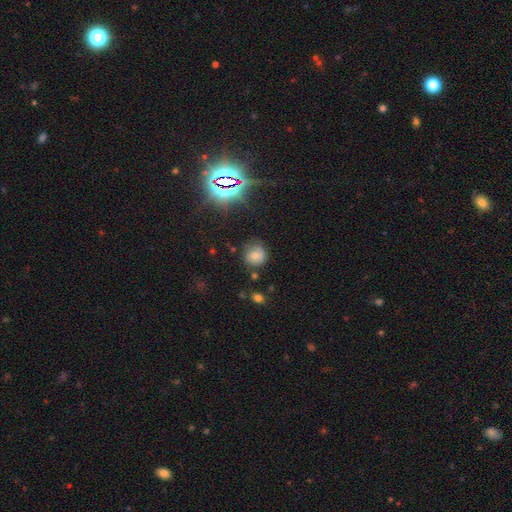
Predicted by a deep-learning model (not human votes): This is likely a smooth galaxy (62%). How rounded: clearly round (84%). Merging: likely none (67%).